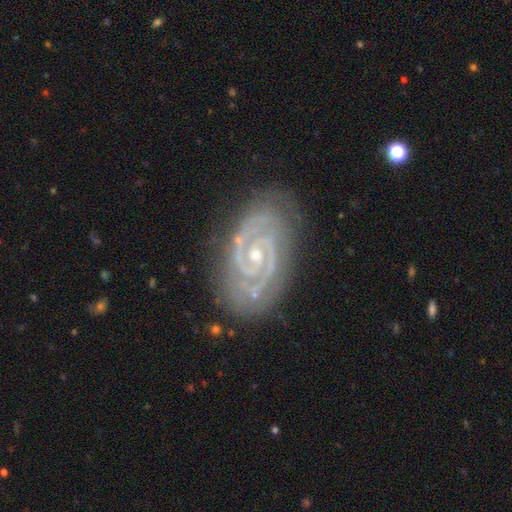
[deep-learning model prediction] The model was most divided on "bar": no: 52%, weak: 33%, strong: 15%. More confident: spiral arms — yes (98%); edge-on disk — no (97%); smooth or featured — featured or disk (92%); spiral arm count — 2 (82%); merging — none (81%); spiral winding — tight (72%); bulge size — small (64%).